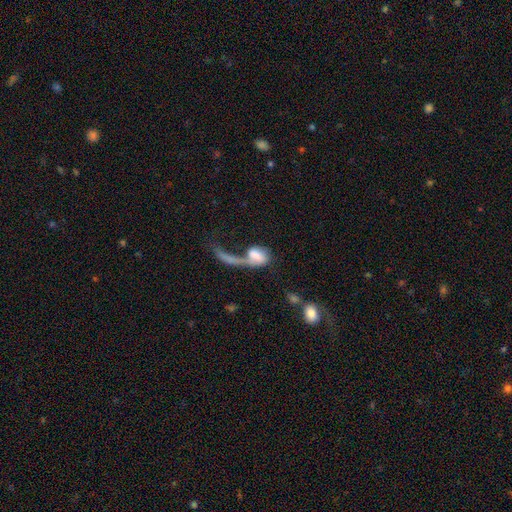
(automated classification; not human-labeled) Smooth or featured? smooth (53%)
How rounded? in between (73%)
Merging? major disturbance (47%)